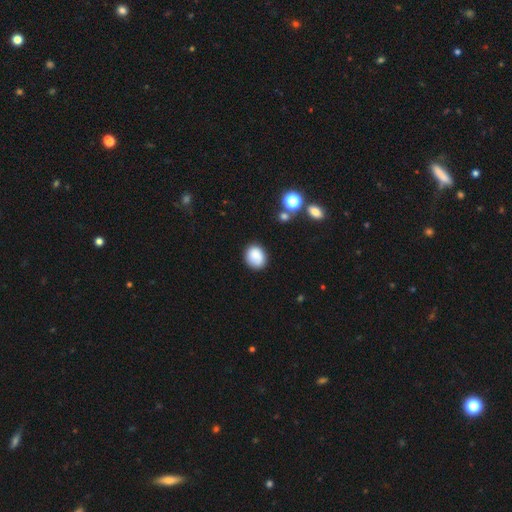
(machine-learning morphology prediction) smooth-or-featured: smooth: 84% | star or artifact: 9% | featured or disk: 7%
  how-rounded: round: 58% | in between: 41% | cigar-shaped: 1%
  merging: none: 77% | minor disturbance: 16% | major disturbance: 4% | merger: 3%